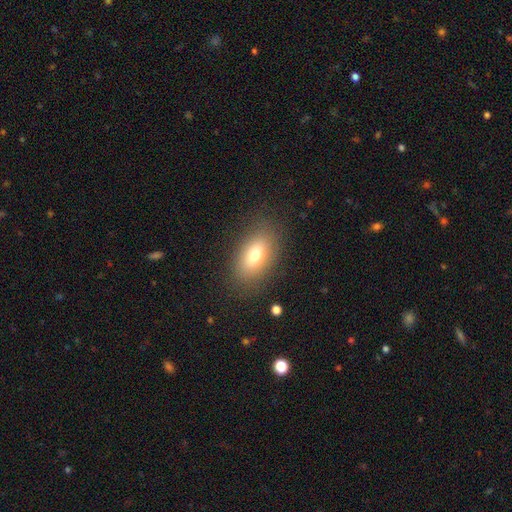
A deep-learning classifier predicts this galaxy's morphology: Smooth or featured: smooth — 74% (featured or disk — 16%)
How rounded: in between — 87% (round — 10%)
Merging: none — 83% (minor disturbance — 11%)